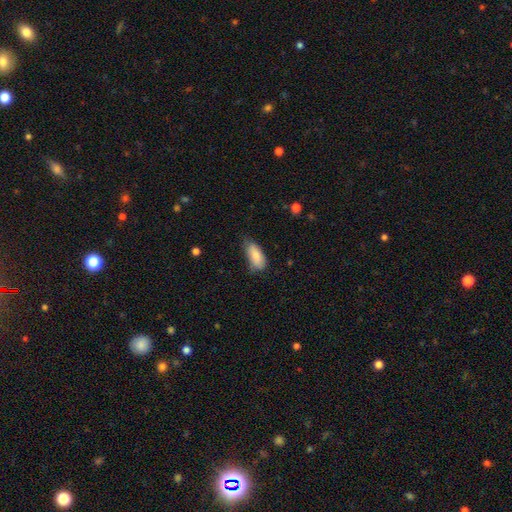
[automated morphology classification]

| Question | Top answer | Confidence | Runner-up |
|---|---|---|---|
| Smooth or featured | smooth | 85% | featured or disk (8%) |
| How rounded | in between | 86% | cigar-shaped (12%) |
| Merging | none | 55% | minor disturbance (36%) |